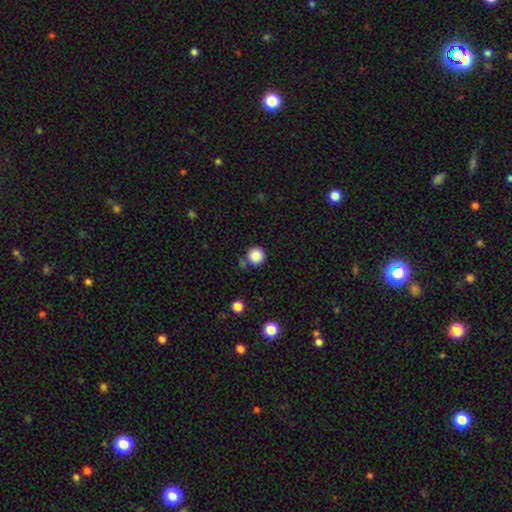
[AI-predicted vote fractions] A smooth galaxy with no disk features (87%) that is round (95%). Merging: none (79%).